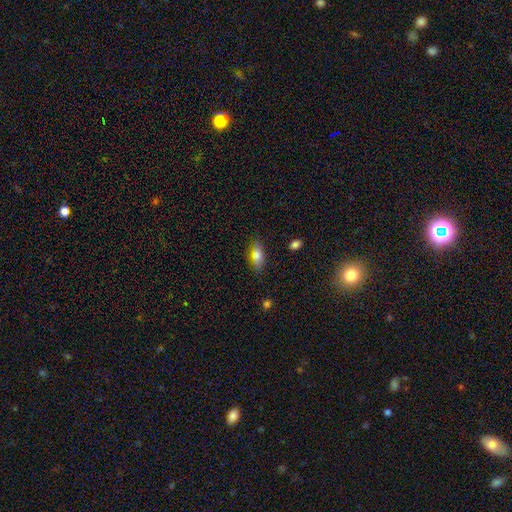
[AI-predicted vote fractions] Smooth or featured: smooth — 66% (featured or disk — 21%)
How rounded: in between — 77% (cigar-shaped — 18%)
Merging: none — 84% (minor disturbance — 12%)